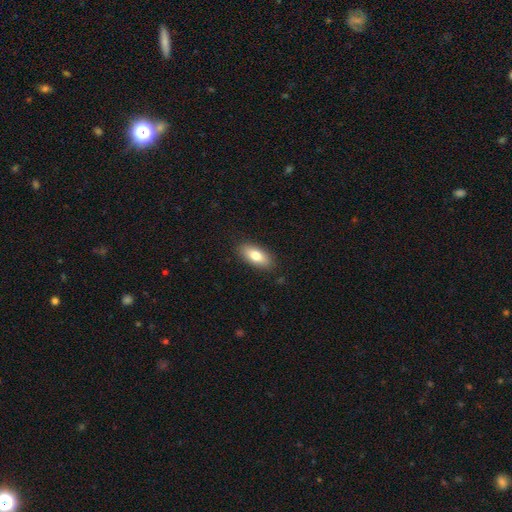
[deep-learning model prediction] Q: Smooth or featured?
A: smooth (78%); runner-up: featured or disk (15%)
Q: How rounded?
A: in between (85%); runner-up: cigar-shaped (11%)
Q: Merging?
A: none (88%); runner-up: minor disturbance (9%)